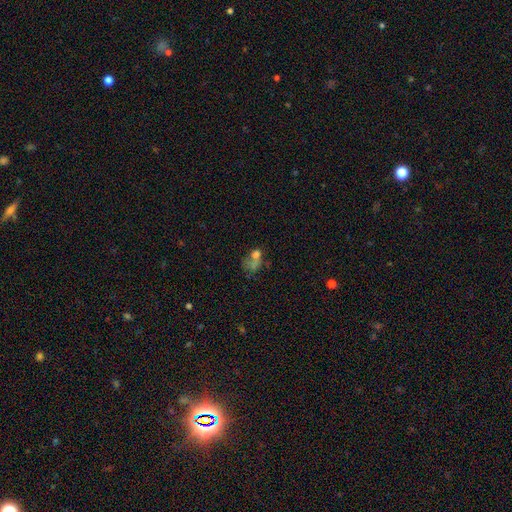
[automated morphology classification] smooth 51%, featured or disk 26%, star or artifact 23%. Down the decision tree: how rounded — in between (62%); merging — merger (30%).